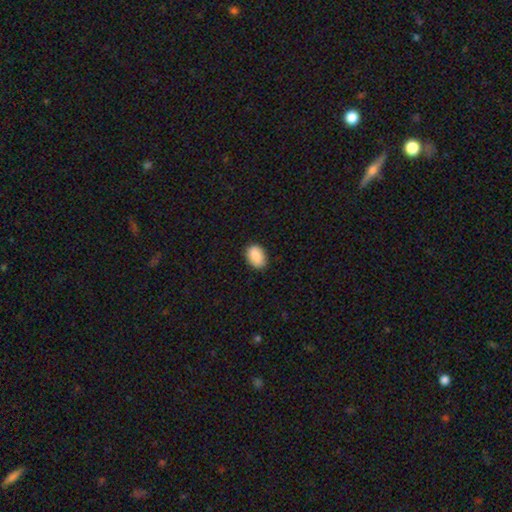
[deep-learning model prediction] Overall: smooth (89%). How rounded: in between (83%). Merging: none (85%).